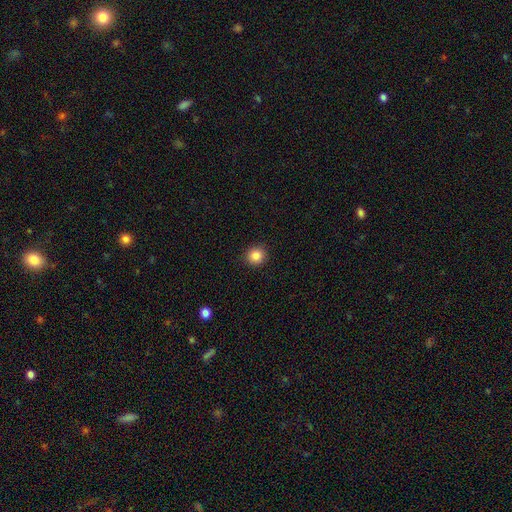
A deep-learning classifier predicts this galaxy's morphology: smooth_or_featured: smooth (p=0.86) [alt: star or artifact p=0.10]
how_rounded: round (p=0.90) [alt: in between p=0.09]
merging: none (p=0.92) [alt: minor disturbance p=0.05]